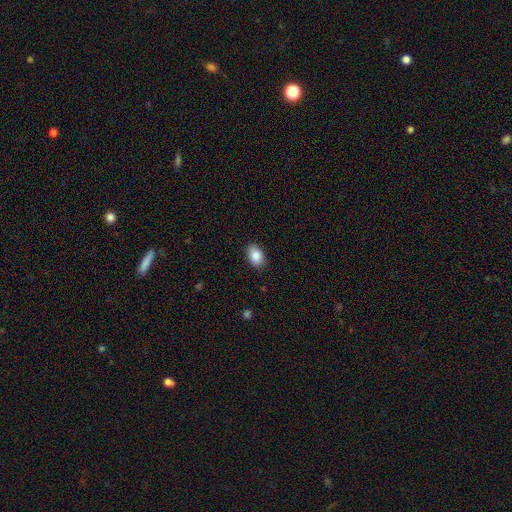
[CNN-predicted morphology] smooth_or_featured: smooth (p=0.86) [alt: star or artifact p=0.08]
how_rounded: in between (p=0.84) [alt: round p=0.15]
merging: none (p=0.88) [alt: minor disturbance p=0.09]